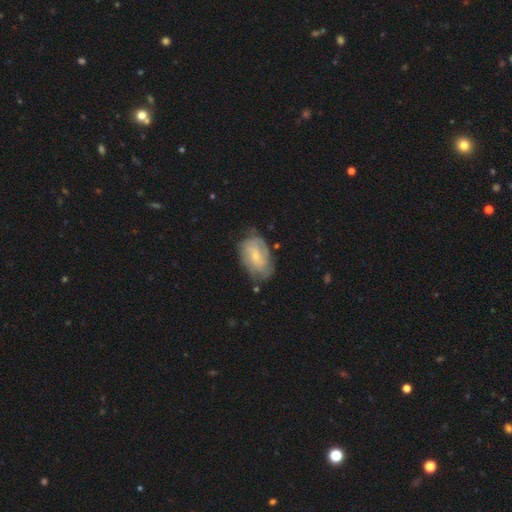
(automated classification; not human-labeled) Smooth or featured? featured or disk (61%)
Edge-on disk? no (96%)
Bar? no (56%)
Spiral arms? yes (78%)
Bulge size? small (69%)
Merging? none (61%)